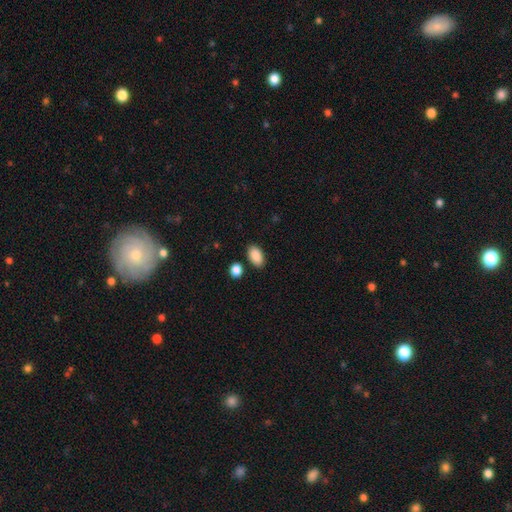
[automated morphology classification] smooth-or-featured: smooth: 90% | star or artifact: 7% | featured or disk: 3%
  how-rounded: in between: 93% | round: 6% | cigar-shaped: 2%
  merging: none: 84% | minor disturbance: 9% | merger: 4% | major disturbance: 2%